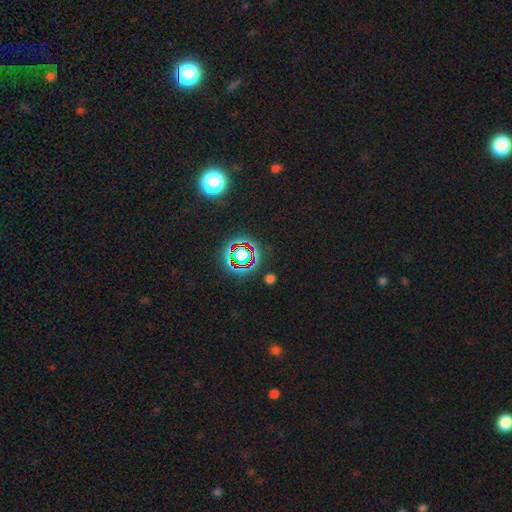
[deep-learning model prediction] smooth_or_featured: star or artifact (p=0.75) [alt: smooth p=0.15]